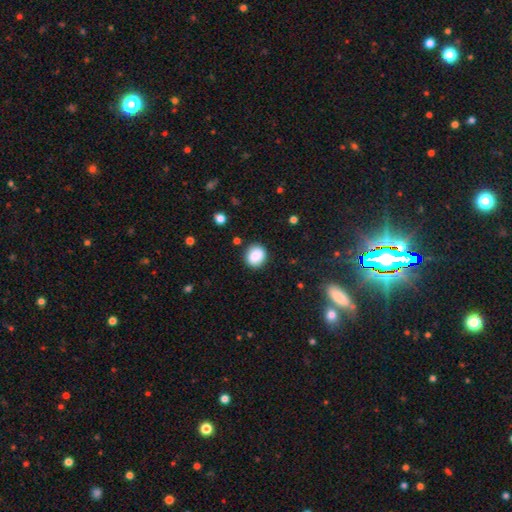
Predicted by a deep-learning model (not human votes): smooth_or_featured: smooth (p=0.85) [alt: star or artifact p=0.09]
how_rounded: round (p=0.78) [alt: in between p=0.21]
merging: none (p=0.87) [alt: minor disturbance p=0.09]